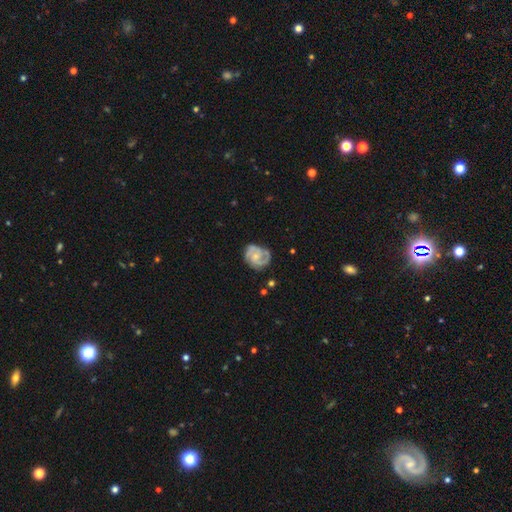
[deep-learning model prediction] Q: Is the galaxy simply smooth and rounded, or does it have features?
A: featured or disk — 85%.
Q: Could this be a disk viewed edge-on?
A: no — 98%.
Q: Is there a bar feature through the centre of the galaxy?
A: no — 61%.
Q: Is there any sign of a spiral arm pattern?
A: yes — 96%.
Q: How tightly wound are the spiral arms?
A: tight — 48%.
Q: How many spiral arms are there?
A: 2 — 62%.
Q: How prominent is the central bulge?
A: small — 54%.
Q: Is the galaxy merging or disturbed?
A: none — 72%.